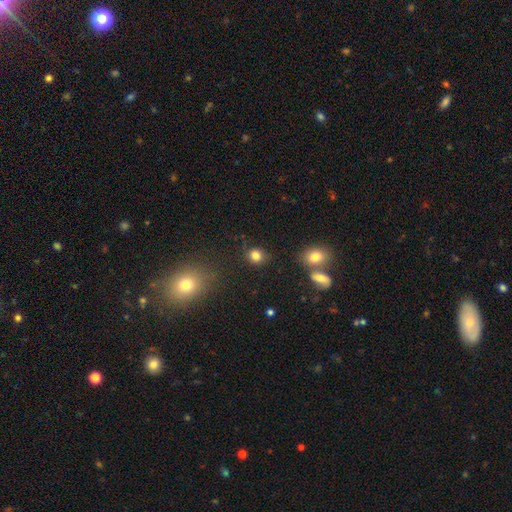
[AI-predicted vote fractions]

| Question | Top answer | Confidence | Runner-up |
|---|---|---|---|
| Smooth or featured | smooth | 82% | star or artifact (12%) |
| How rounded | round | 75% | in between (24%) |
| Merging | none | 79% | minor disturbance (13%) |